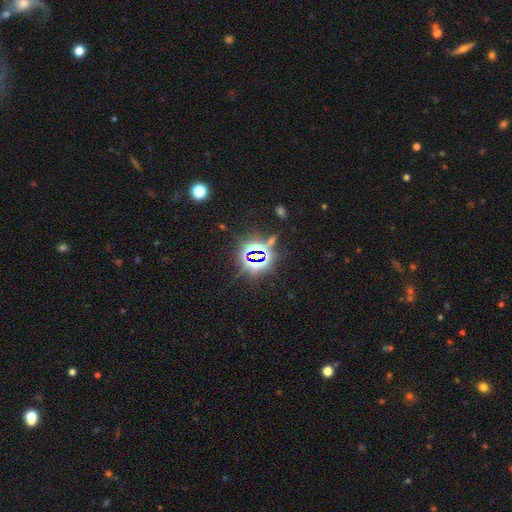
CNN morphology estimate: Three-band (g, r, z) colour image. It shows a star or artifact, not a galaxy (80%).